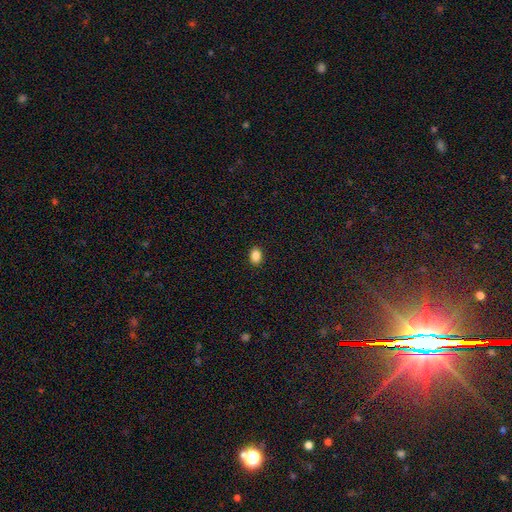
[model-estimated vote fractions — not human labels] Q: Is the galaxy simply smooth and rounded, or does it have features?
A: smooth — 87%.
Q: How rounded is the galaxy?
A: in between — 74%.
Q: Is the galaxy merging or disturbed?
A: none — 91%.